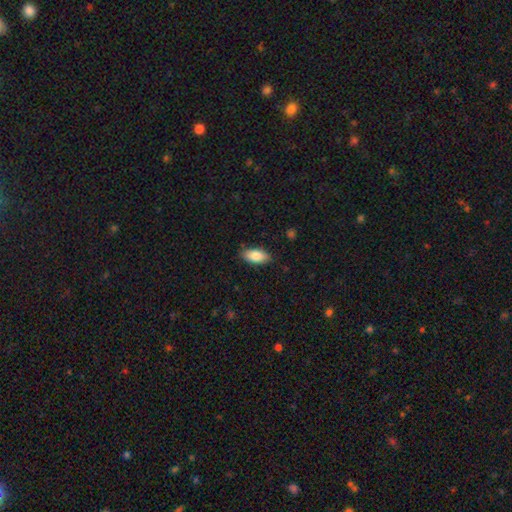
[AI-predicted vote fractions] Smooth or featured?
  - smooth: 86% *
  - featured or disk: 8%
  - star or artifact: 6%
How rounded?
  - in between: 89% *
  - cigar-shaped: 8%
  - round: 2%
Merging?
  - none: 85% *
  - minor disturbance: 12%
  - major disturbance: 2%
  - merger: 1%